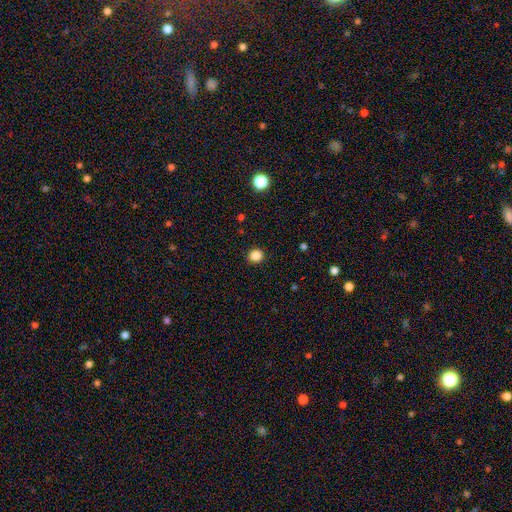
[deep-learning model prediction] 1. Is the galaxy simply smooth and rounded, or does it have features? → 85% smooth, 12% star or artifact, 3% featured or disk.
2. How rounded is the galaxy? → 87% round, 12% in between, 1% cigar-shaped.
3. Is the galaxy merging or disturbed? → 92% none, 5% minor disturbance, 2% major disturbance, 1% merger.